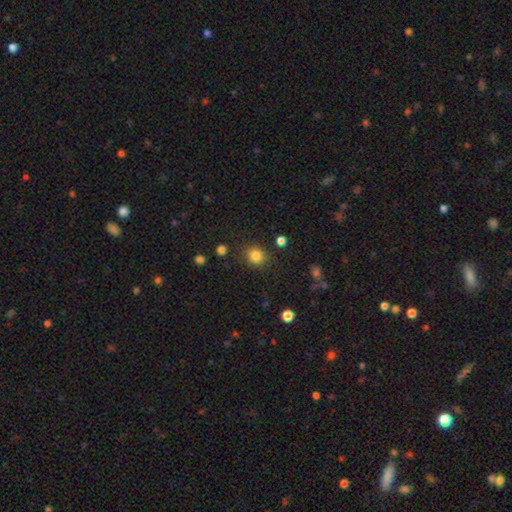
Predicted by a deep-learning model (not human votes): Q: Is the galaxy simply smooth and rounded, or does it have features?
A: smooth — 83%.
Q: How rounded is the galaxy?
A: round — 81%.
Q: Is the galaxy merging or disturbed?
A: none — 85%.